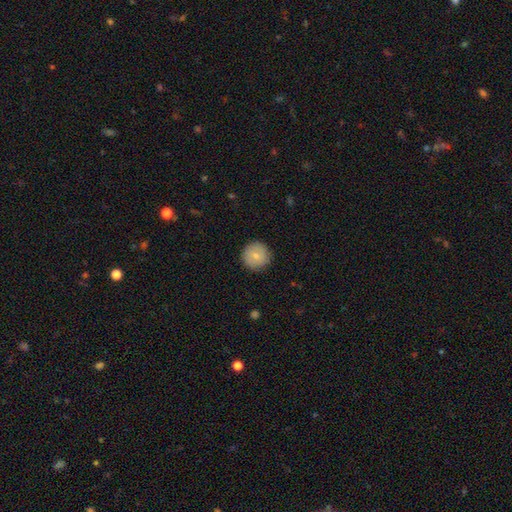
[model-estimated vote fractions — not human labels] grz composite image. It shows a smooth galaxy with no disk features (75%) that is round (95%). Merging: none (89%).